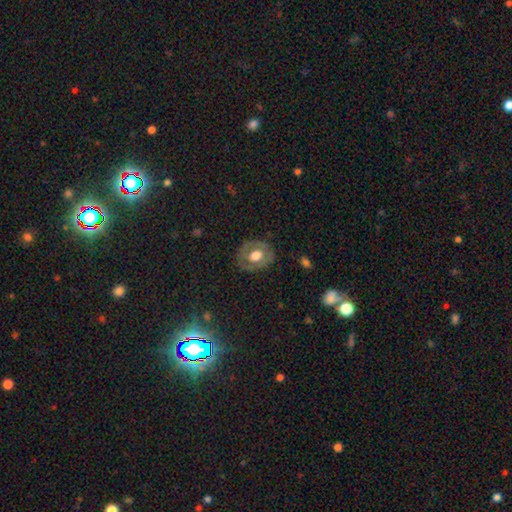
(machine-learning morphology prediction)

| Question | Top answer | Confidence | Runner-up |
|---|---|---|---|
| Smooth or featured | featured or disk | 50% | smooth (43%) |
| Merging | none | 77% | minor disturbance (16%) |